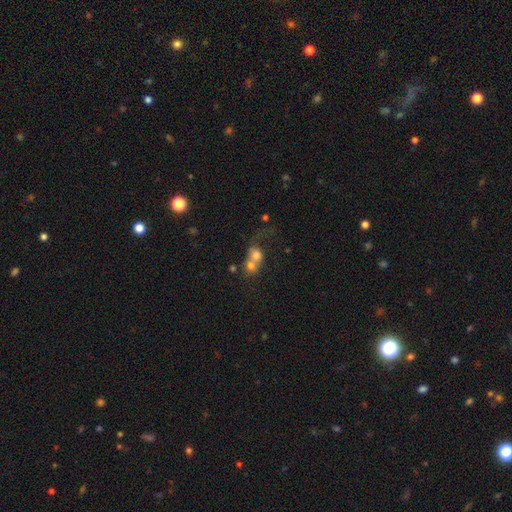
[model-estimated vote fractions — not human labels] smooth_or_featured: smooth (p=0.68) [alt: featured or disk p=0.21]
how_rounded: round (p=0.68) [alt: in between p=0.30]
merging: merger (p=0.71) [alt: none p=0.15]